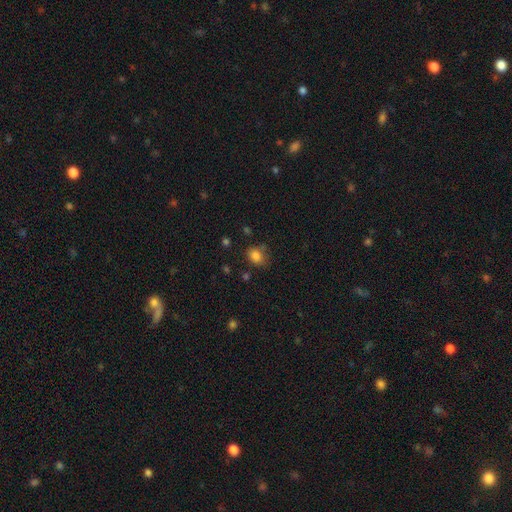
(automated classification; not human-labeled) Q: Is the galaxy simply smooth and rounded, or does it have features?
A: smooth — 82%.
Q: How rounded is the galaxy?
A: in between — 56%.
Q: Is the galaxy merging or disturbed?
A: none — 66%.